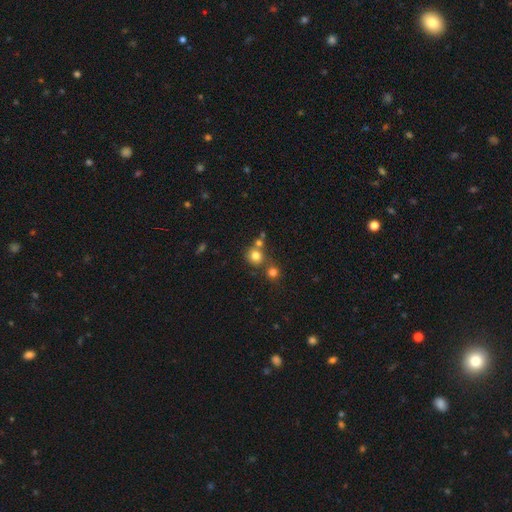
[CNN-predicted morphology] Smooth or featured?
  - smooth: 77% *
  - star or artifact: 15%
  - featured or disk: 9%
How rounded?
  - round: 87% *
  - in between: 13%
  - cigar-shaped: 1%
Merging?
  - none: 61% *
  - merger: 27%
  - minor disturbance: 8%
  - major disturbance: 3%